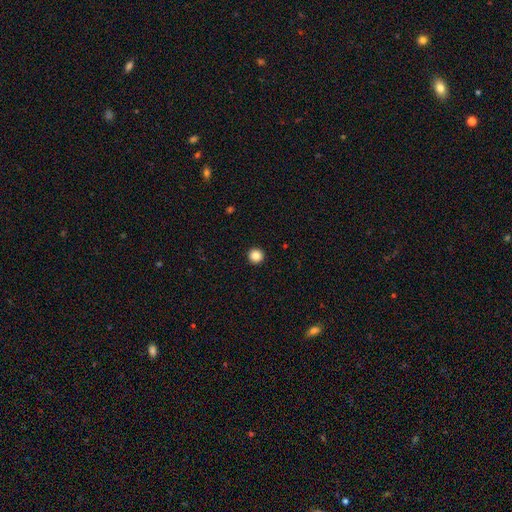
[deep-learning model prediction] Smooth or featured: smooth — 86% (star or artifact — 10%)
How rounded: round — 96% (in between — 3%)
Merging: none — 94% (minor disturbance — 4%)